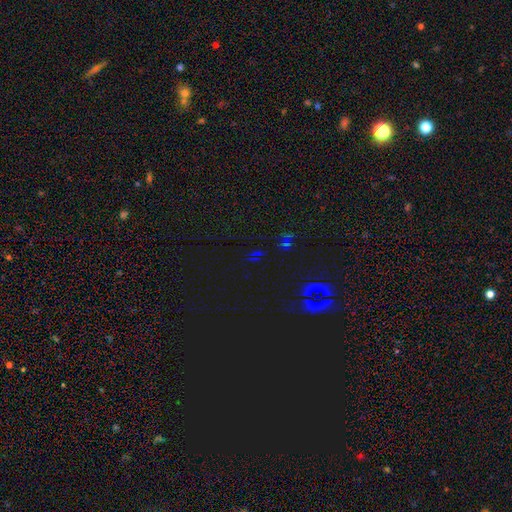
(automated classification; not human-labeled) A star or artifact, not a galaxy (74%).